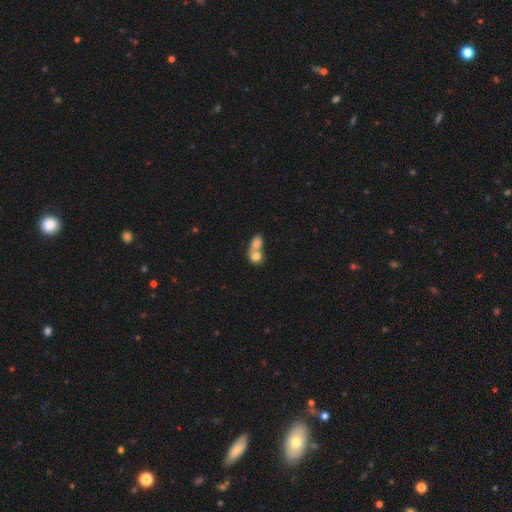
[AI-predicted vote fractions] This is likely a smooth galaxy (78%). How rounded: possibly round (52%). Merging: likely merger (74%).